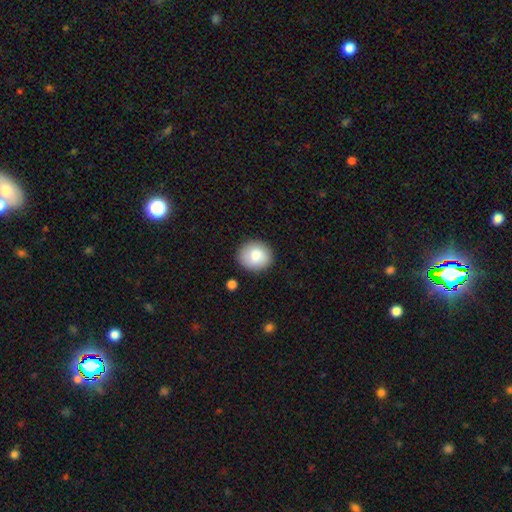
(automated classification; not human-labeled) This appears to be a smooth galaxy with no disk features (85%) that is round (76%). Merging: none (86%).